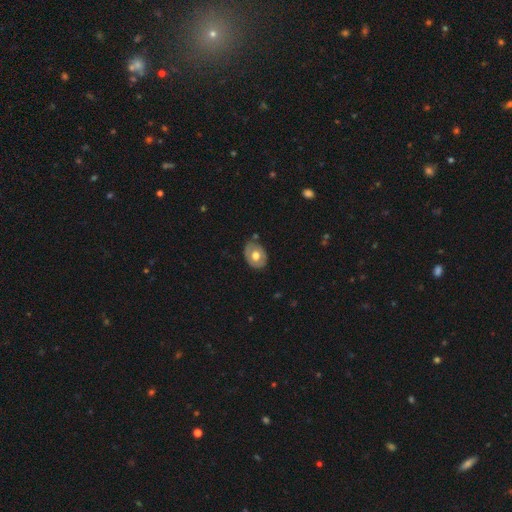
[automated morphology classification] Overall: smooth (53%; featured or disk 41%). How rounded: in between (65%; round 34%). Merging: none (73%).